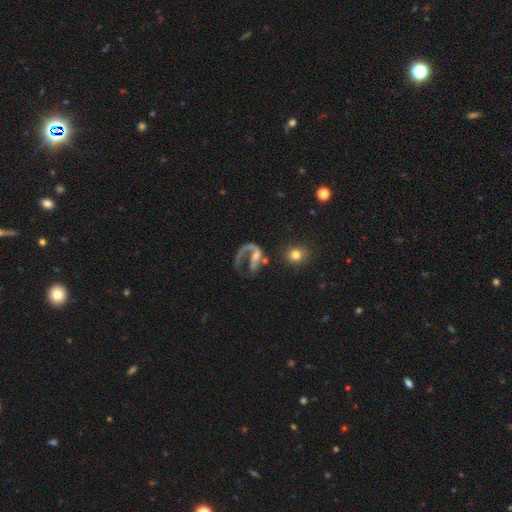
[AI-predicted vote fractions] This appears to be a featured or disk galaxy (75%) with no bar (47%), 1 (75%) loose (58%) spiral arms (83%) and a small central bulge (47%). Merging: major disturbance (44%).